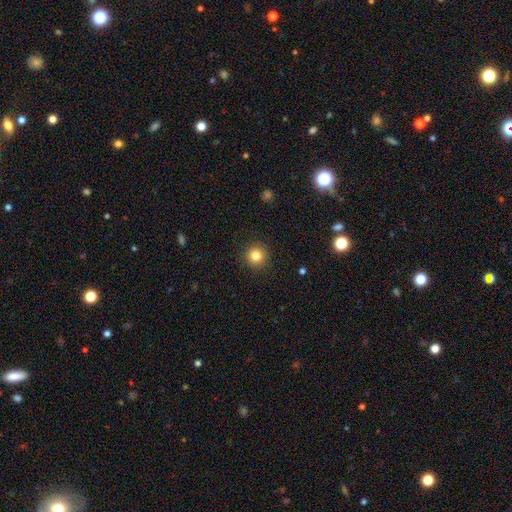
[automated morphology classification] smooth-or-featured: smooth: 82% | star or artifact: 12% | featured or disk: 6%
  how-rounded: round: 95% | in between: 4% | cigar-shaped: 1%
  merging: none: 91% | minor disturbance: 6% | major disturbance: 2% | merger: 1%